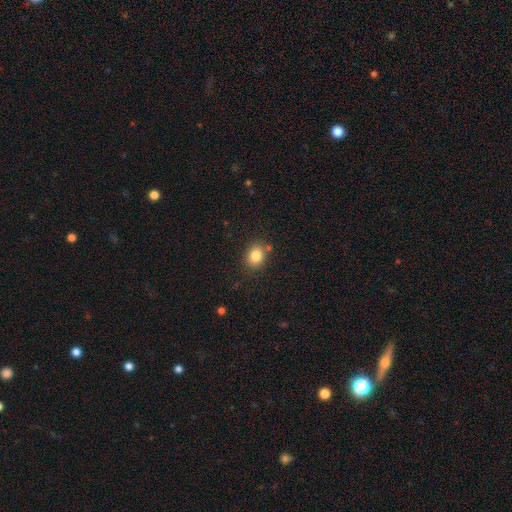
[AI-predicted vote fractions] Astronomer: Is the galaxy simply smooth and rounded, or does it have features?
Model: smooth — 83%.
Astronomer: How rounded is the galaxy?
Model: round — 52% (runner-up: in between, 47%).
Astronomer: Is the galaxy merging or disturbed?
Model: none — 81%.